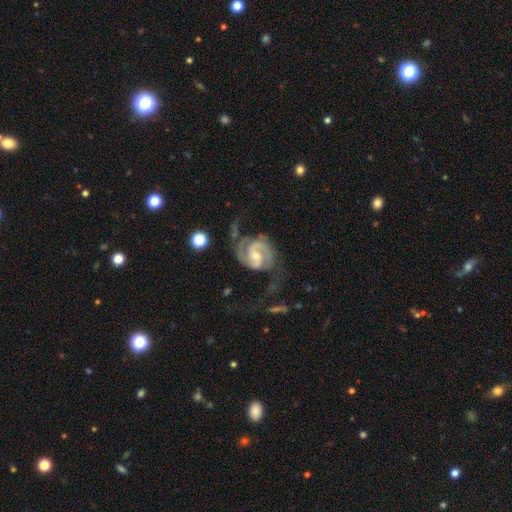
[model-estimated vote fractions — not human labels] Smooth or featured? Predicted: featured or disk (p=0.91). Edge-on disk? Predicted: no (p=0.98). Bar? Predicted: weak (p=0.45). Spiral arms? Predicted: yes (p=0.98). Spiral winding? Predicted: medium (p=0.48). Spiral arm count? Predicted: 2 (p=0.89). Bulge size? Predicted: moderate (p=0.50). Merging? Predicted: none (p=0.53).